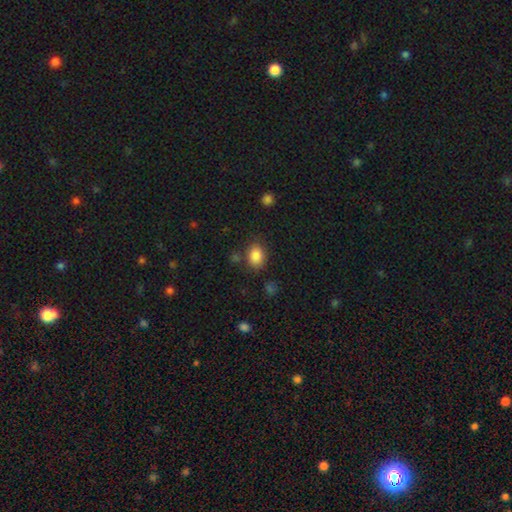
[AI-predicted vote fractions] Overall: smooth (86%). How rounded: in between (68%; round 31%). Merging: none (77%).